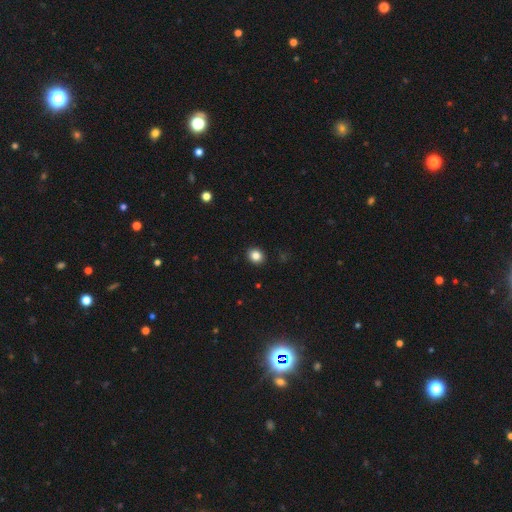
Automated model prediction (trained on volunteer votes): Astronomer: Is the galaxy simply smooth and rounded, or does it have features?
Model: smooth — 85%.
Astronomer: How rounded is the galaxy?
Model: round — 71%.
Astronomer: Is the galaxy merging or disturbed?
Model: none — 92%.